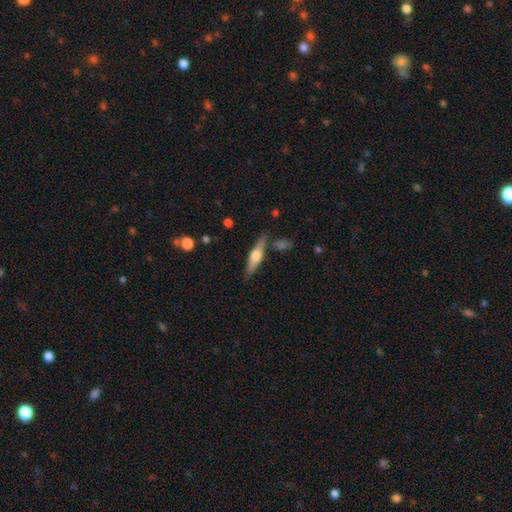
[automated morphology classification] Overall: featured or disk (54%; smooth 40%). Edge-on disk: yes (94%). Edge-on bulge: rounded (90%). Merging: none (81%).